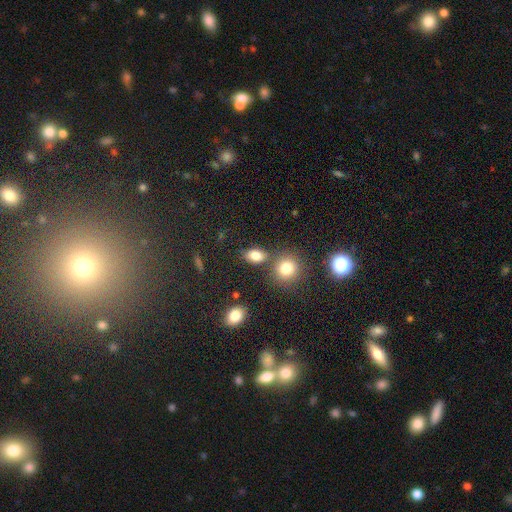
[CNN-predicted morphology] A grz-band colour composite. It shows a smooth galaxy with no disk features (79%) that is in between round and cigar-shaped (76%). Merging: none (72%).